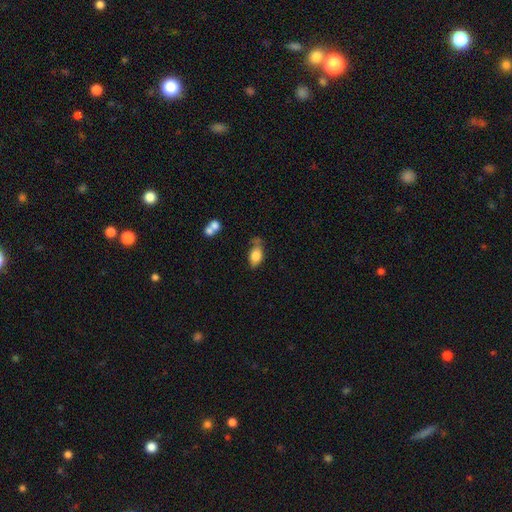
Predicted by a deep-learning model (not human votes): A smooth galaxy with no disk features (81%) that is in between round and cigar-shaped (88%). Merging: none (51%).